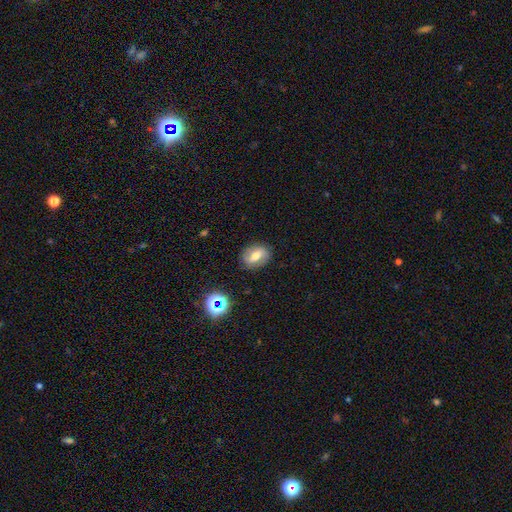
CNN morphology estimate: This is possibly a smooth galaxy (48%). Merging: clearly none (83%).